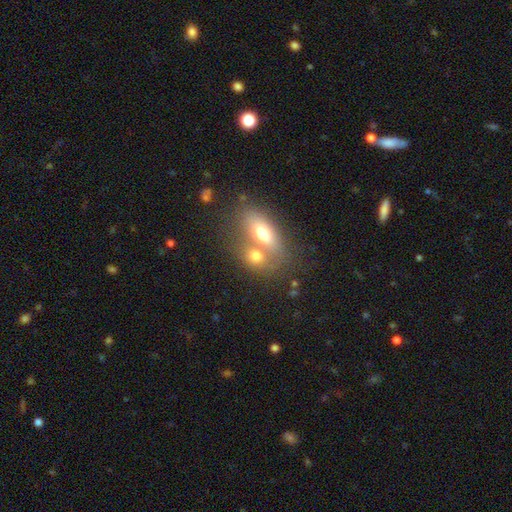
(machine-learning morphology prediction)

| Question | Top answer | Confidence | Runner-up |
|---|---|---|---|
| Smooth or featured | smooth | 69% | featured or disk (21%) |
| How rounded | in between | 68% | round (26%) |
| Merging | merger | 58% | none (30%) |